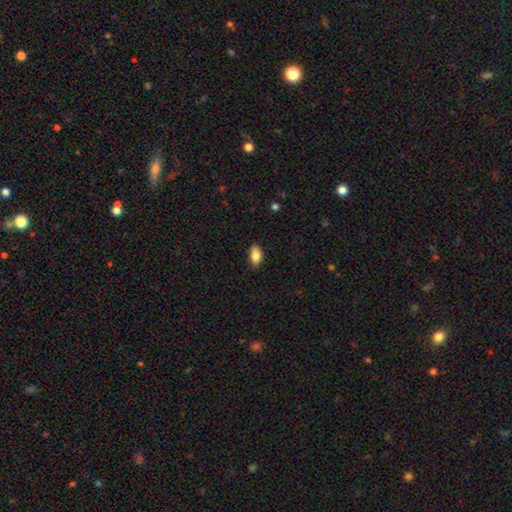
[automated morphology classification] A smooth galaxy with no disk features (85%) that is in between round and cigar-shaped (91%). Merging: none (85%).